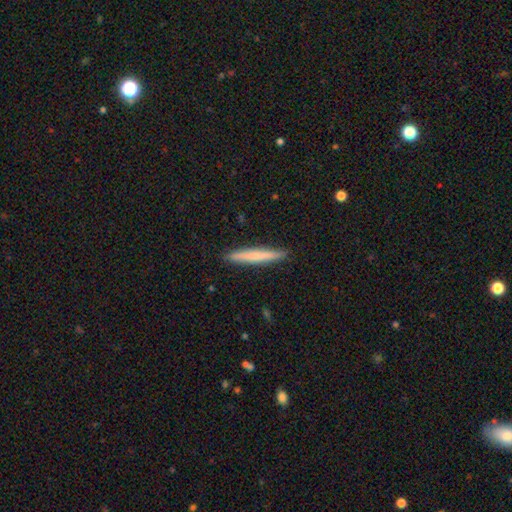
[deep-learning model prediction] This is likely a smooth galaxy (68%). How rounded: clearly cigar-shaped (96%). Merging: clearly none (92%).